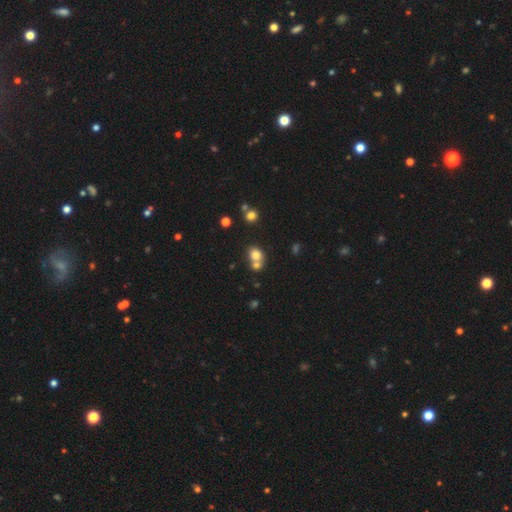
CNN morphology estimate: smooth 76%, star or artifact 12%, featured or disk 12%. Down the decision tree: how rounded — round (61%); merging — merger (51%).